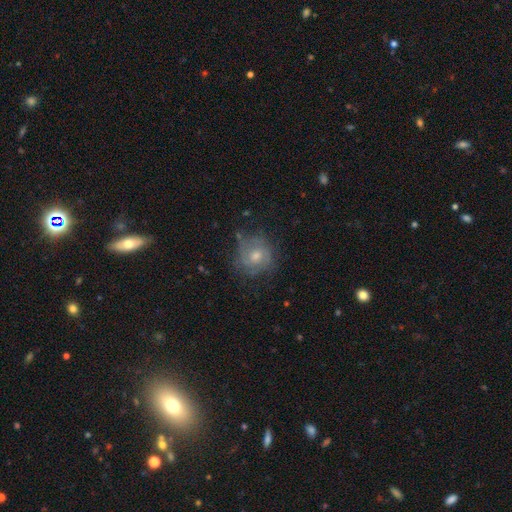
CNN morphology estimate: Overall: featured or disk (53%; smooth 34%). Edge-on disk: no (97%). Bar: no (75%). Spiral arms: yes (77%). Bulge size: moderate (66%). Merging: none (69%).